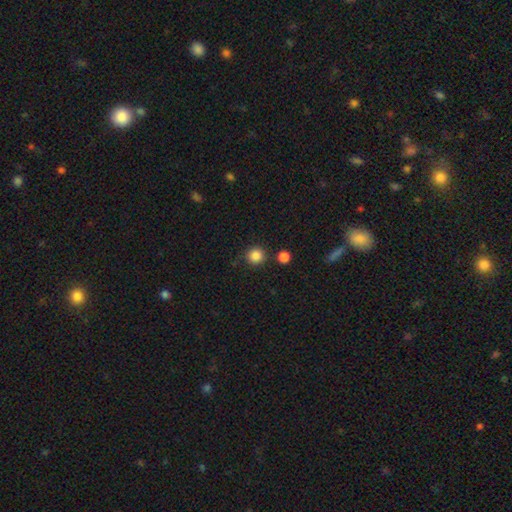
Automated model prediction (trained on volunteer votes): This appears to be a smooth galaxy with no disk features (86%) that is round (94%). Merging: none (83%).